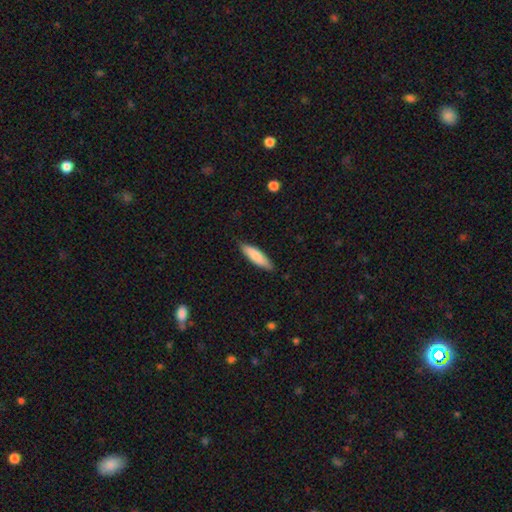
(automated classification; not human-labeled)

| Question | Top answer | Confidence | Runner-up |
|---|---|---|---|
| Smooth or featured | smooth | 80% | featured or disk (15%) |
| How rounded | cigar-shaped | 60% | in between (38%) |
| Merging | none | 84% | minor disturbance (13%) |